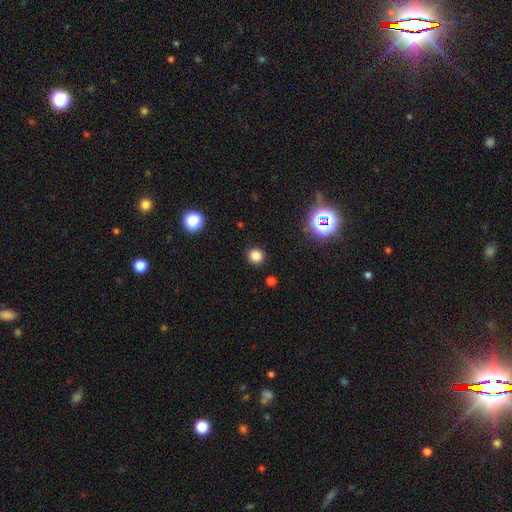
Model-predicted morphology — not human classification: Smooth or featured? Predicted: smooth (p=0.81). How rounded? Predicted: round (p=0.91). Merging? Predicted: none (p=0.91).